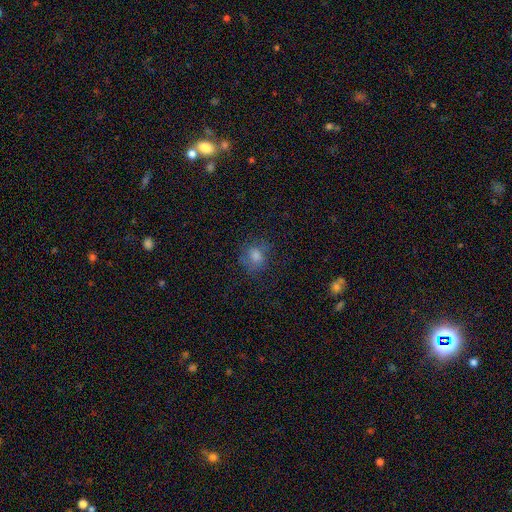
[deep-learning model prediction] This is likely a smooth galaxy (69%). How rounded: likely round (74%). Merging: likely none (75%).